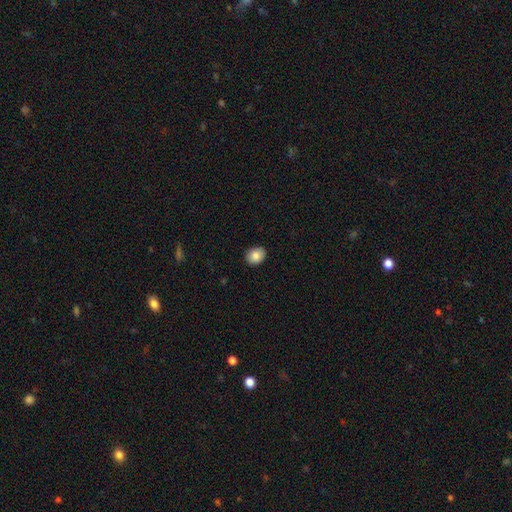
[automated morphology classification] Overall: smooth (87%). How rounded: round (52%; in between 47%). Merging: none (89%).